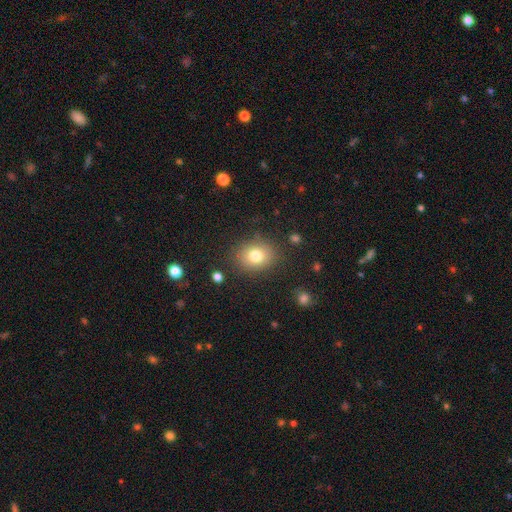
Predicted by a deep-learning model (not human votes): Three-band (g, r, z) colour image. It shows a smooth galaxy with no disk features (79%) that is round (56%). Merging: none (84%).